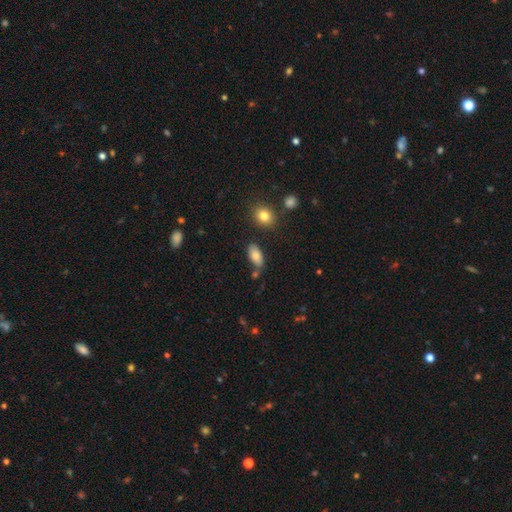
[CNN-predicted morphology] A smooth galaxy with no disk features (81%) that is in between round and cigar-shaped (91%).

Vote fractions:
- Smooth or featured? smooth: 81% / featured or disk: 10% / star or artifact: 9%
- How rounded? in between: 91% / cigar-shaped: 6% / round: 4%
- Merging? none: 71% / minor disturbance: 16% / merger: 9% / major disturbance: 4%